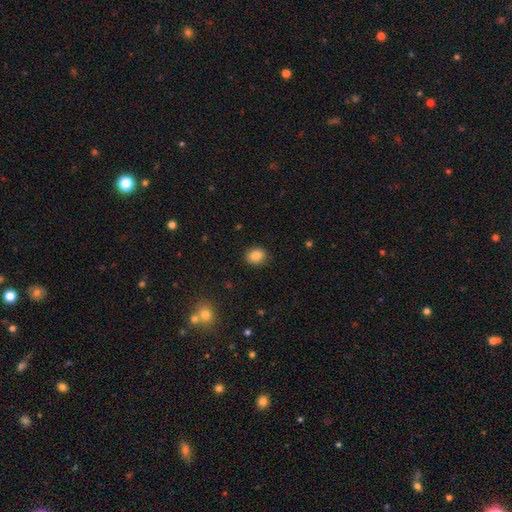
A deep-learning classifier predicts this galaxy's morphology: A smooth galaxy with no disk features (85%) that is round (64%).

Vote fractions:
- Smooth or featured? smooth: 85% / star or artifact: 9% / featured or disk: 5%
- How rounded? round: 64% / in between: 35% / cigar-shaped: 1%
- Merging? none: 88% / minor disturbance: 8% / major disturbance: 2% / merger: 1%